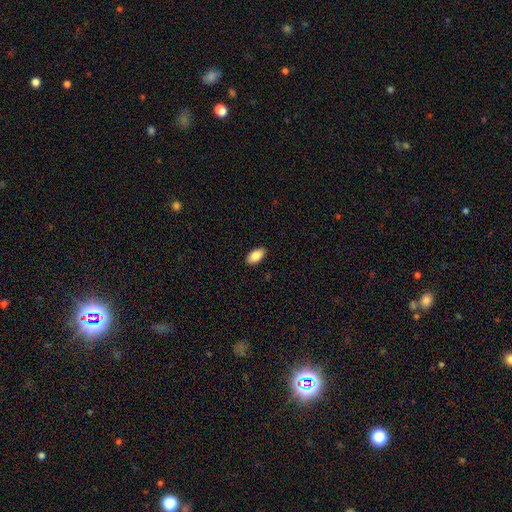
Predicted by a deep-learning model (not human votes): Smooth or featured: smooth — 87% (star or artifact — 7%)
How rounded: in between — 94% (cigar-shaped — 3%)
Merging: none — 89% (minor disturbance — 9%)